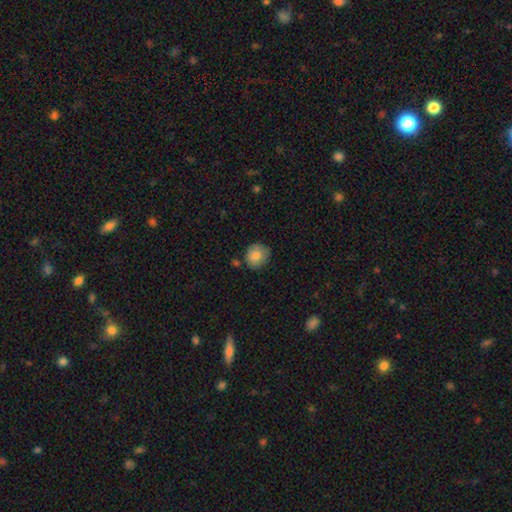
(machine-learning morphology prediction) This is clearly a smooth galaxy (84%). How rounded: likely round (80%). Merging: likely none (77%).